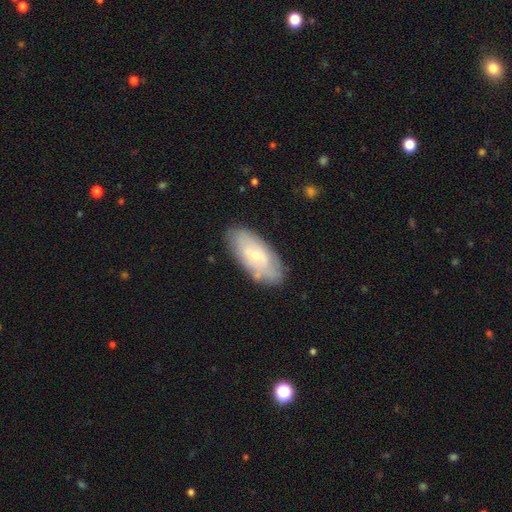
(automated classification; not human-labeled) Q: Smooth or featured?
A: smooth (47%); runner-up: featured or disk (46%)
Q: Merging?
A: none (77%); runner-up: minor disturbance (16%)